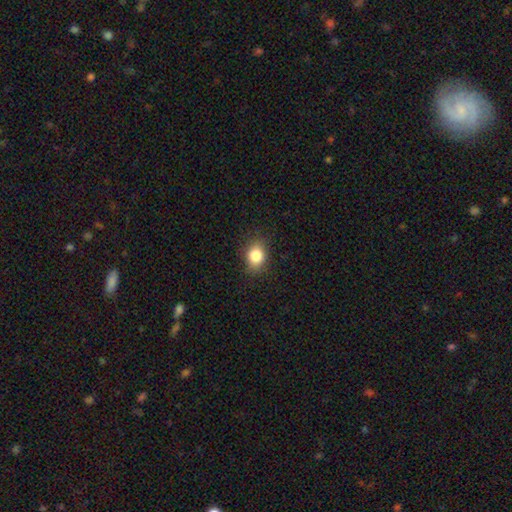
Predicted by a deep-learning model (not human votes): This is clearly a smooth galaxy (83%). How rounded: possibly in between (53%). Merging: clearly none (84%).